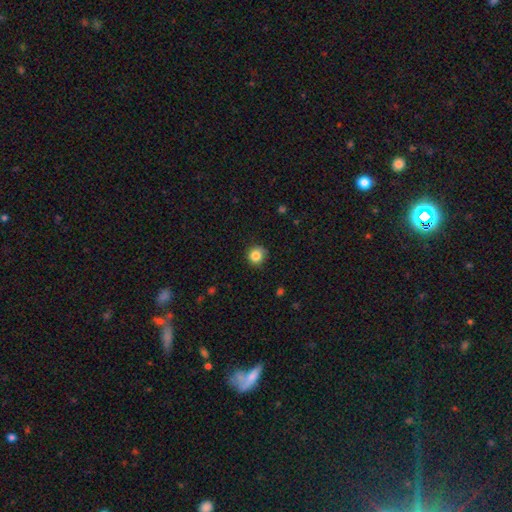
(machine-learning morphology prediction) A smooth galaxy with no disk features (84%) that is round (91%).

Vote fractions:
- Smooth or featured? smooth: 84% / star or artifact: 10% / featured or disk: 6%
- How rounded? round: 91% / in between: 8% / cigar-shaped: 1%
- Merging? none: 78% / minor disturbance: 17% / major disturbance: 3% / merger: 1%